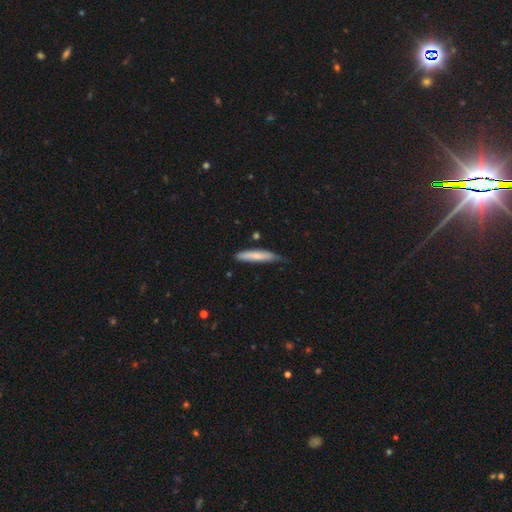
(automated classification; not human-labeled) The model was most divided on "merging": none: 67%, minor disturbance: 27%, major disturbance: 4%, merger: 2%. More confident: how rounded — cigar-shaped (90%); smooth or featured — smooth (72%).